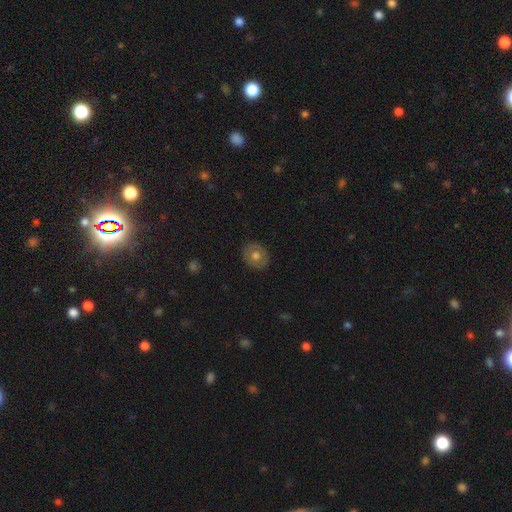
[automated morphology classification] Smooth or featured: smooth — 64% (featured or disk — 28%)
How rounded: round — 67% (in between — 32%)
Merging: none — 88% (minor disturbance — 9%)